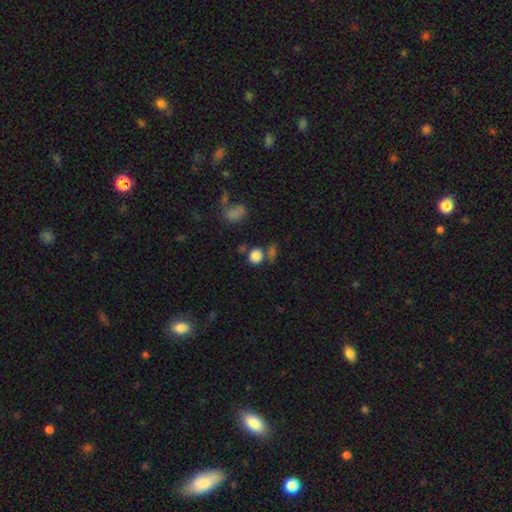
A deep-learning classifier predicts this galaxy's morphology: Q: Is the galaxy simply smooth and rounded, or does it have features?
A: smooth — 82%.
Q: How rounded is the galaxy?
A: round — 82%.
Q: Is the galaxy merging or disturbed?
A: none — 64%.